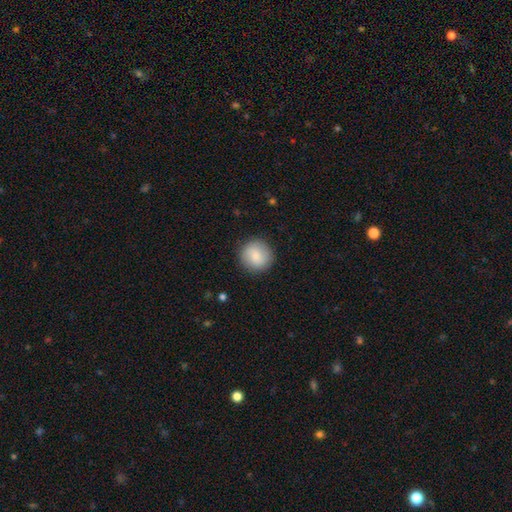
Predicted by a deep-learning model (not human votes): Q: Smooth or featured?
A: smooth (81%); runner-up: featured or disk (12%)
Q: How rounded?
A: round (94%); runner-up: in between (5%)
Q: Merging?
A: none (89%); runner-up: minor disturbance (7%)